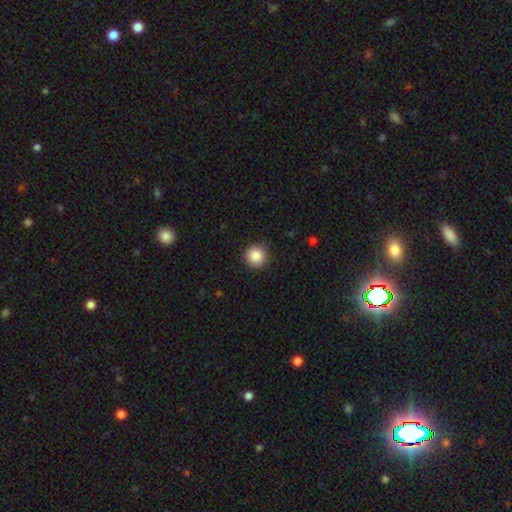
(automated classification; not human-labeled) A smooth galaxy with no disk features (87%) that is round (94%).

Vote fractions:
- Smooth or featured? smooth: 87% / star or artifact: 9% / featured or disk: 3%
- How rounded? round: 94% / in between: 5% / cigar-shaped: 1%
- Merging? none: 90% / minor disturbance: 7% / major disturbance: 2% / merger: 1%